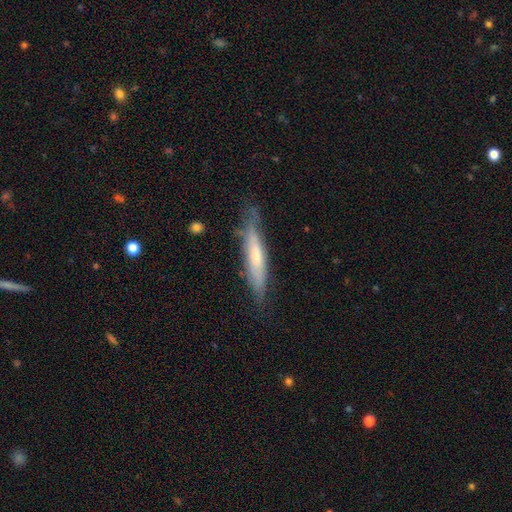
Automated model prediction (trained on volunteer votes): Smooth or featured: smooth — 48% (featured or disk — 45%)
Merging: none — 67% (minor disturbance — 25%)